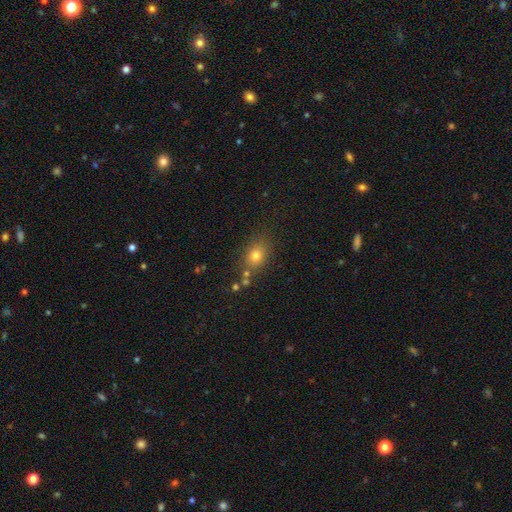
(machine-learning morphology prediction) This appears to be a smooth galaxy with no disk features (75%) that is in between round and cigar-shaped (57%). Merging: none (75%).